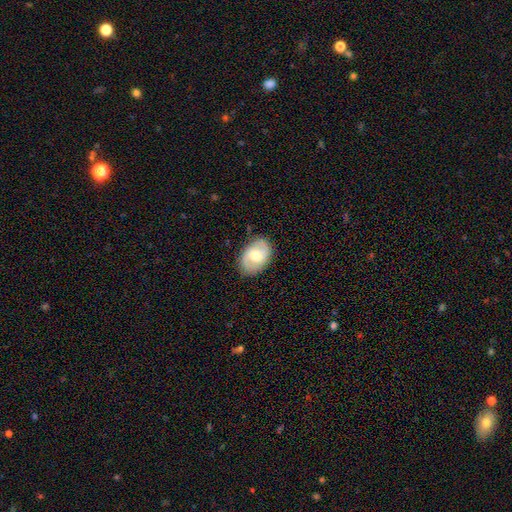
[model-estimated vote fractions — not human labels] Smooth or featured? Predicted: featured or disk (p=0.57). Edge-on disk? Predicted: no (p=0.95). Bar? Predicted: no (p=0.49). Spiral arms? Predicted: yes (p=0.72). Bulge size? Predicted: moderate (p=0.68). Merging? Predicted: none (p=0.83).